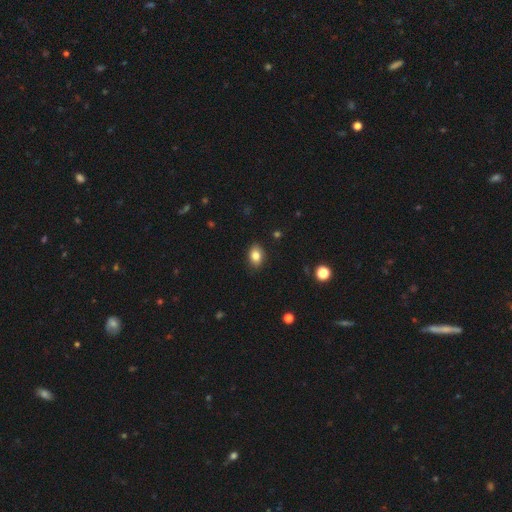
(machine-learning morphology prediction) A smooth galaxy with no disk features (83%) that is in between round and cigar-shaped (75%).

Vote fractions:
- Smooth or featured? smooth: 83% / star or artifact: 9% / featured or disk: 7%
- How rounded? in between: 75% / round: 24% / cigar-shaped: 1%
- Merging? none: 87% / minor disturbance: 10% / major disturbance: 2% / merger: 1%